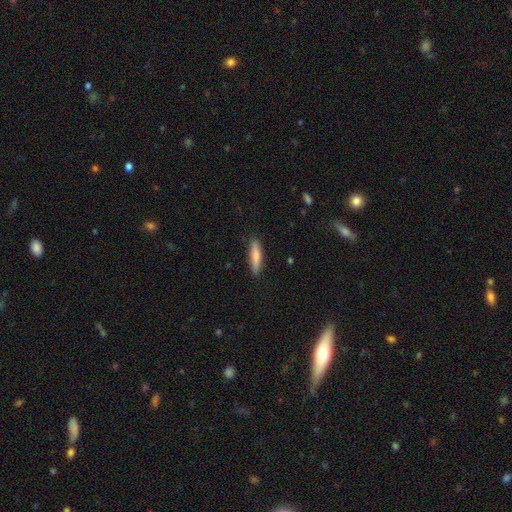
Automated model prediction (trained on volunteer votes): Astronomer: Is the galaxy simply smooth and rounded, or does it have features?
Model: smooth — 76%.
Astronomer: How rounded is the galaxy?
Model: cigar-shaped — 81%.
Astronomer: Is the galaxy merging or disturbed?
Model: none — 87%.